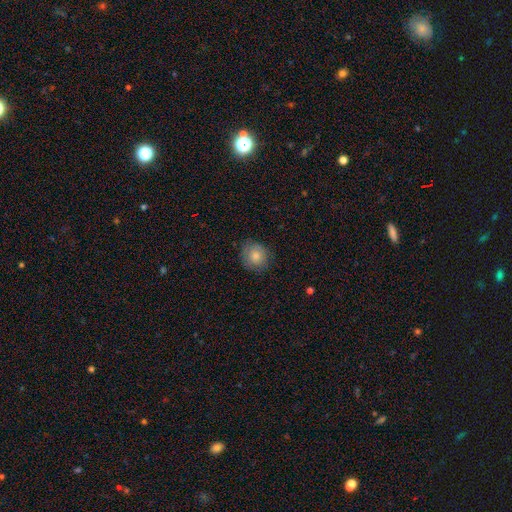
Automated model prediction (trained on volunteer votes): smooth-or-featured: smooth: 79% | featured or disk: 13% | star or artifact: 8%
  how-rounded: round: 82% | in between: 17% | cigar-shaped: 1%
  merging: none: 80% | minor disturbance: 15% | major disturbance: 3% | merger: 1%